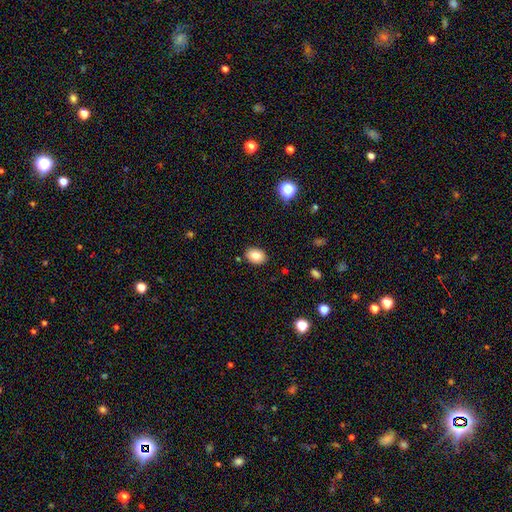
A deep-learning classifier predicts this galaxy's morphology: A smooth galaxy with no disk features (82%) that is in between round and cigar-shaped (68%).

Vote fractions:
- Smooth or featured? smooth: 82% / star or artifact: 9% / featured or disk: 9%
- How rounded? in between: 68% / round: 31% / cigar-shaped: 1%
- Merging? none: 87% / minor disturbance: 9% / major disturbance: 2% / merger: 2%